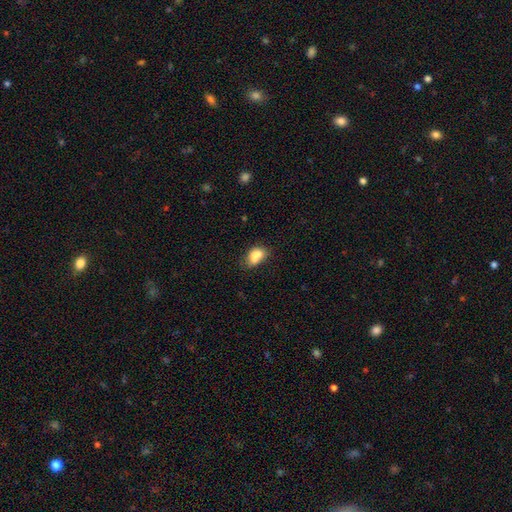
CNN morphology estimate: A smooth galaxy with no disk features (81%) that is in between round and cigar-shaped (82%).

Vote fractions:
- Smooth or featured? smooth: 81% / featured or disk: 10% / star or artifact: 9%
- How rounded? in between: 82% / round: 16% / cigar-shaped: 2%
- Merging? none: 45% / minor disturbance: 28% / merger: 17% / major disturbance: 9%